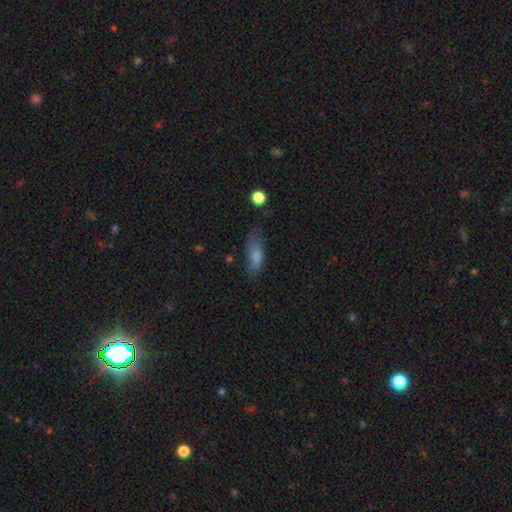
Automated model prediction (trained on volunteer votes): A smooth galaxy with no disk features (76%) that is in between round and cigar-shaped (72%). Merging: none (52%).